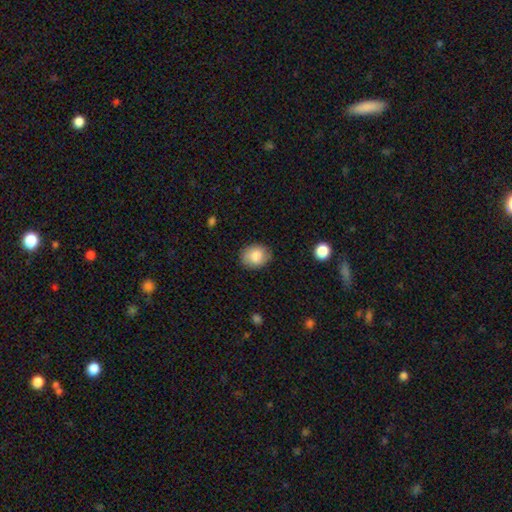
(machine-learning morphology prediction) The model was most divided on "how rounded": in between: 51%, round: 48%, cigar-shaped: 1%. More confident: merging — none (84%); smooth or featured — smooth (83%).